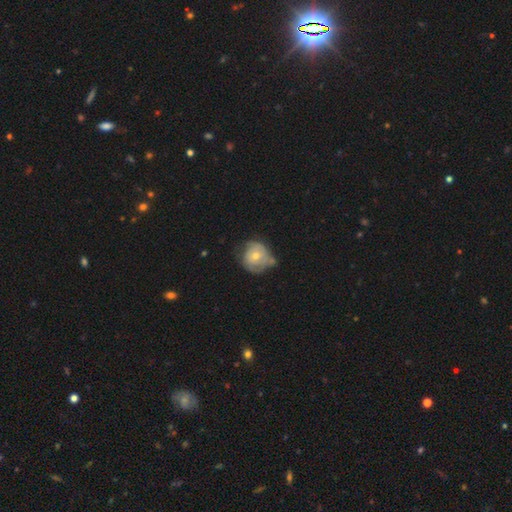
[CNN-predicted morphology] Smooth or featured? Predicted: smooth (p=0.52). How rounded? Predicted: round (p=0.80). Merging? Predicted: none (p=0.40).